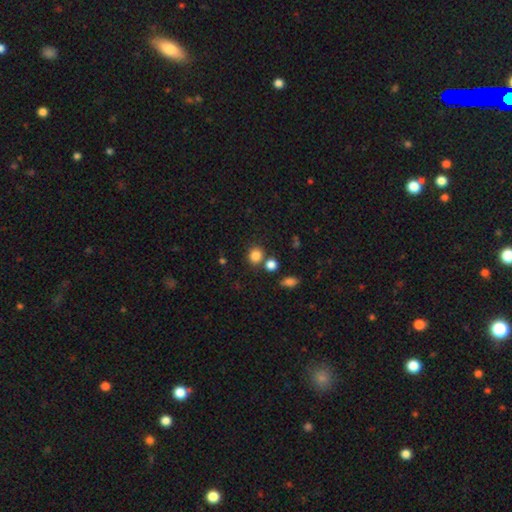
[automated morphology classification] smooth_or_featured: smooth (p=0.83) [alt: star or artifact p=0.12]
how_rounded: round (p=0.80) [alt: in between p=0.19]
merging: none (p=0.73) [alt: merger p=0.15]